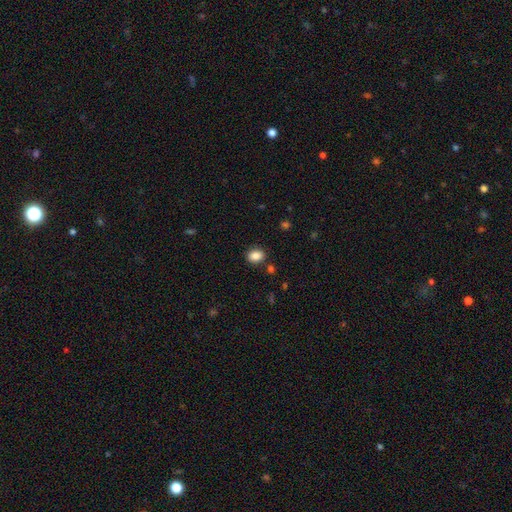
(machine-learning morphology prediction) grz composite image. It shows a smooth galaxy with no disk features (87%) that is in between round and cigar-shaped (72%). Merging: none (84%).